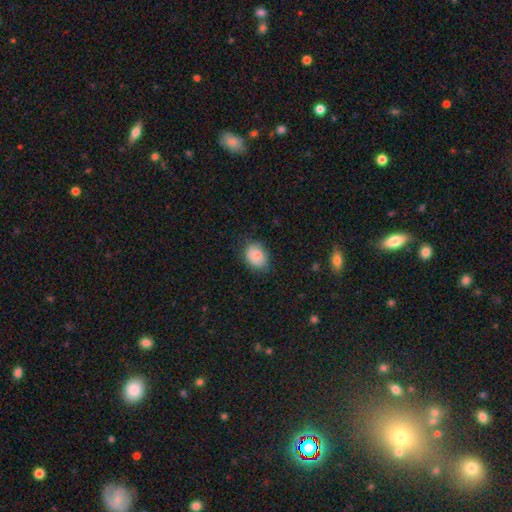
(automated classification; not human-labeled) Smooth or featured? Predicted: smooth (p=0.82). How rounded? Predicted: in between (p=0.66). Merging? Predicted: none (p=0.75).